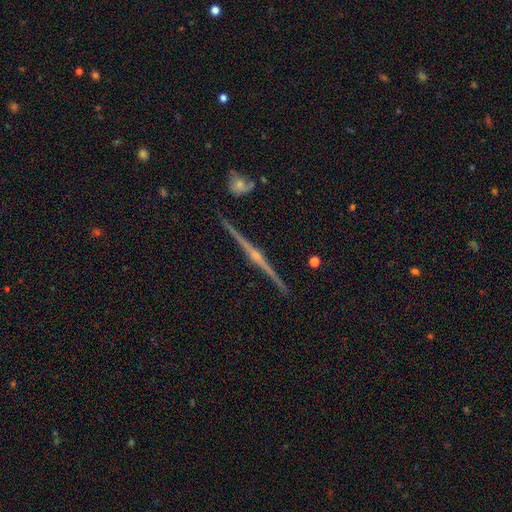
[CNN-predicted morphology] The model was most divided on "edge-on bulge": rounded: 85%, none: 9%, boxy: 6%. More confident: edge-on disk — yes (98%); merging — none (91%); smooth or featured — featured or disk (87%).